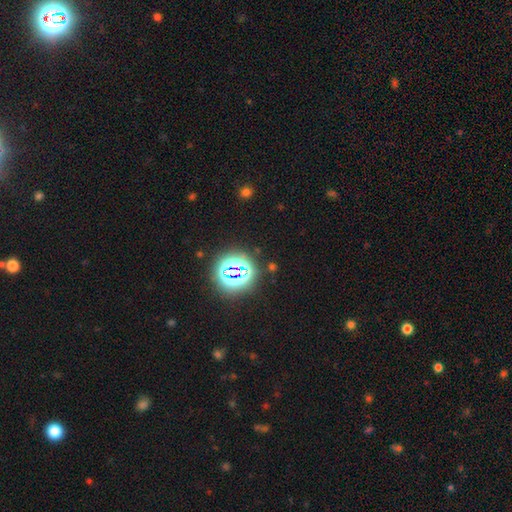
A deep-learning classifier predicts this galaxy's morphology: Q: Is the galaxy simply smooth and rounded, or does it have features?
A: star or artifact — 80%.